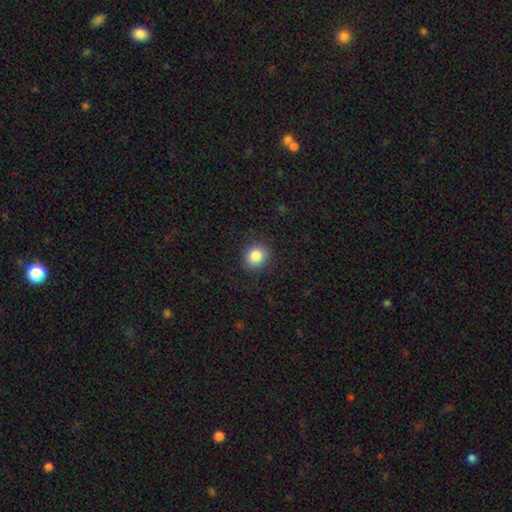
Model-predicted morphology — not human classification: A smooth galaxy with no disk features (85%) that is round (81%).

Vote fractions:
- Smooth or featured? smooth: 85% / star or artifact: 9% / featured or disk: 5%
- How rounded? round: 81% / in between: 18% / cigar-shaped: 1%
- Merging? none: 88% / minor disturbance: 8% / major disturbance: 3% / merger: 1%